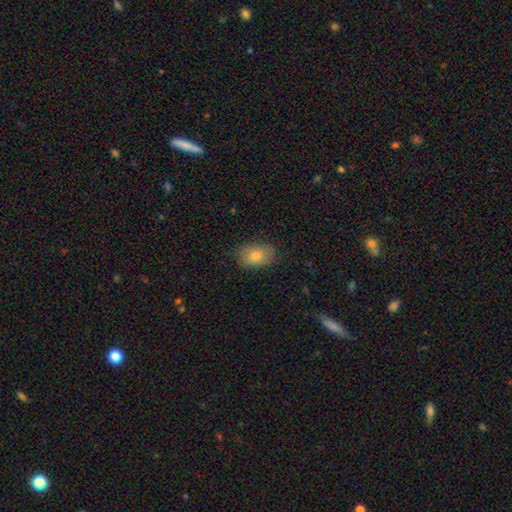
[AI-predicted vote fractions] Smooth or featured? smooth (74%)
How rounded? in between (86%)
Merging? none (82%)